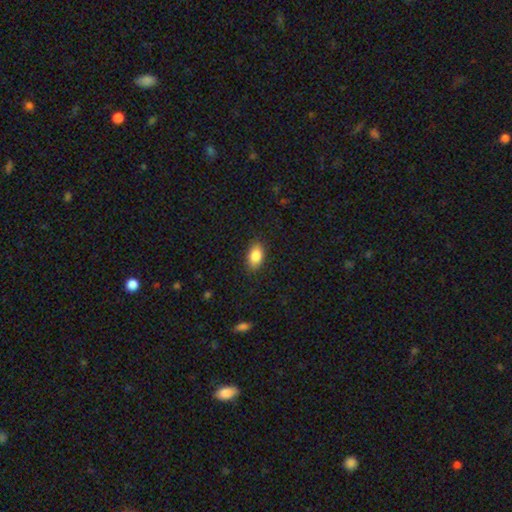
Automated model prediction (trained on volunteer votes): Morphology: type=smooth (86%); roundness=in between (90%); merging=none (86%).